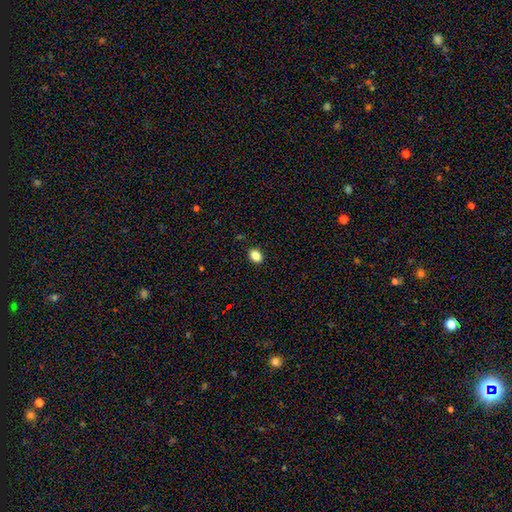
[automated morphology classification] Smooth or featured? Predicted: smooth (p=0.86). How rounded? Predicted: in between (p=0.66). Merging? Predicted: none (p=0.90).